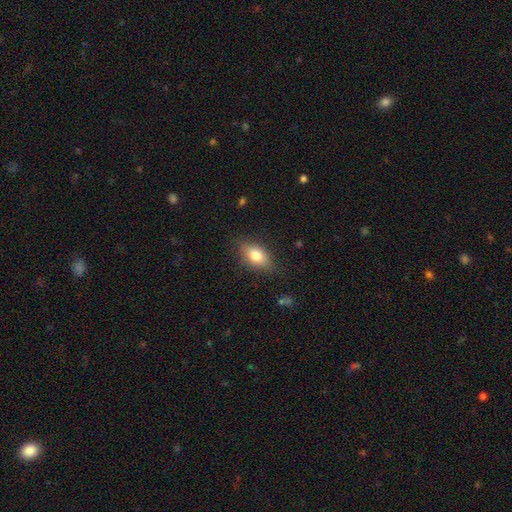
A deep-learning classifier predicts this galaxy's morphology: Overall: smooth (75%). How rounded: in between (83%). Merging: none (79%).